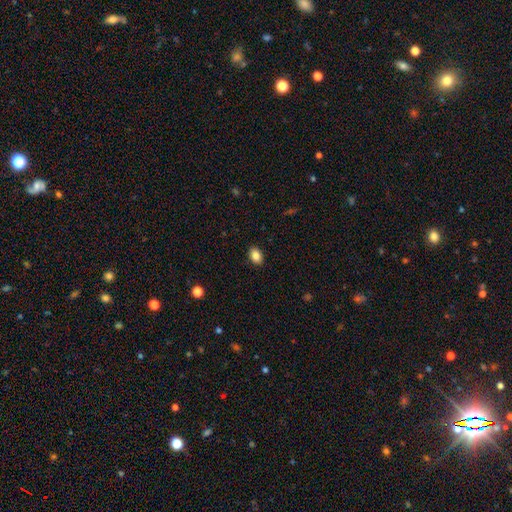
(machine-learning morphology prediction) Overall: smooth (86%). How rounded: in between (81%). Merging: none (89%).